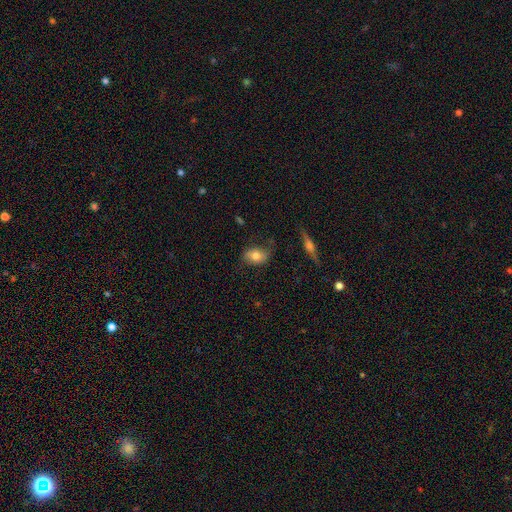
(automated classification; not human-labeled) smooth-or-featured: smooth: 67% | featured or disk: 24% | star or artifact: 8%
  how-rounded: in between: 79% | round: 18% | cigar-shaped: 2%
  merging: none: 68% | minor disturbance: 23% | major disturbance: 7% | merger: 2%